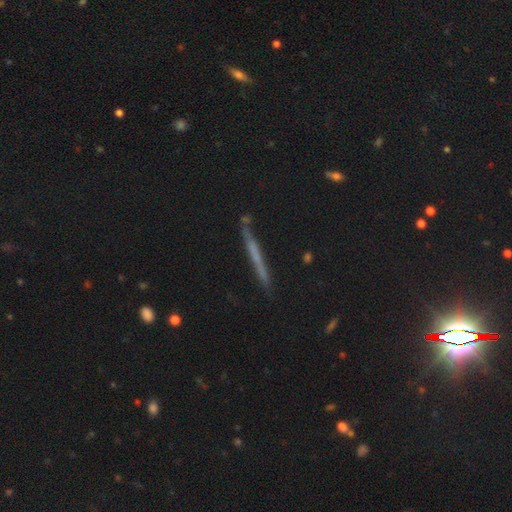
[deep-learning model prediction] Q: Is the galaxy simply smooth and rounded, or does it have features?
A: featured or disk — 49%.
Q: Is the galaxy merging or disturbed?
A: none — 83%.